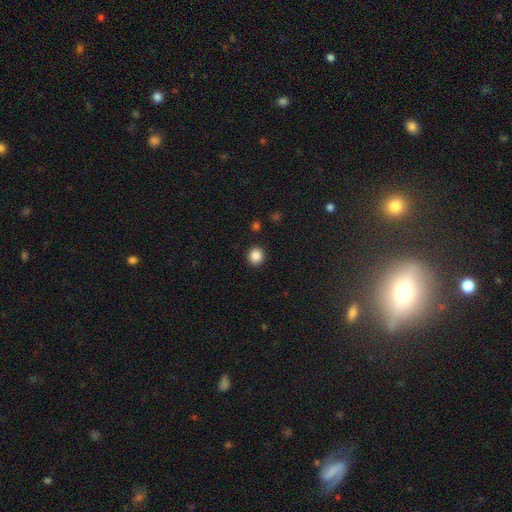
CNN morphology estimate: Smooth or featured? smooth (87%)
How rounded? round (90%)
Merging? none (92%)